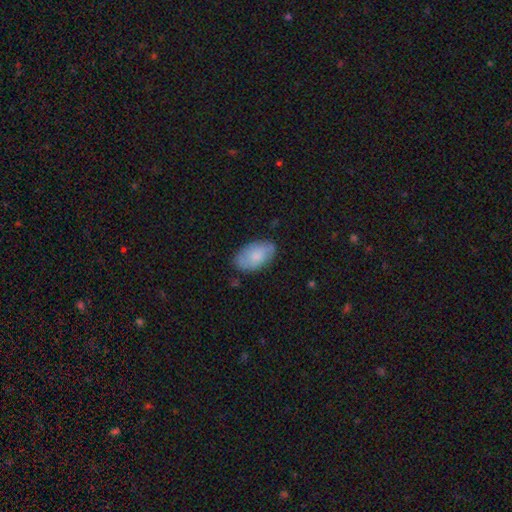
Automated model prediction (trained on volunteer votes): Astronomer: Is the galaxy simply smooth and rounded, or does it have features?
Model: smooth — 73%.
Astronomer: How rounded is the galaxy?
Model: in between — 94%.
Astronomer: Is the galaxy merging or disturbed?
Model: none — 73%.